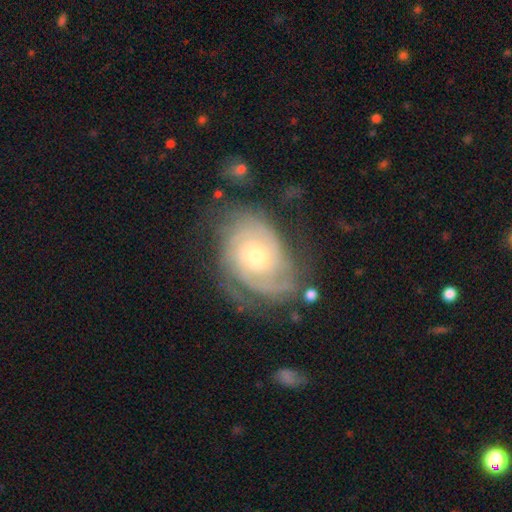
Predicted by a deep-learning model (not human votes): Smooth or featured? Predicted: featured or disk (p=0.85). Edge-on disk? Predicted: no (p=0.97). Bar? Predicted: no (p=0.74). Spiral arms? Predicted: yes (p=0.96). Spiral winding? Predicted: tight (p=0.71). Spiral arm count? Predicted: can't tell (p=0.33). Bulge size? Predicted: moderate (p=0.53). Merging? Predicted: none (p=0.65).